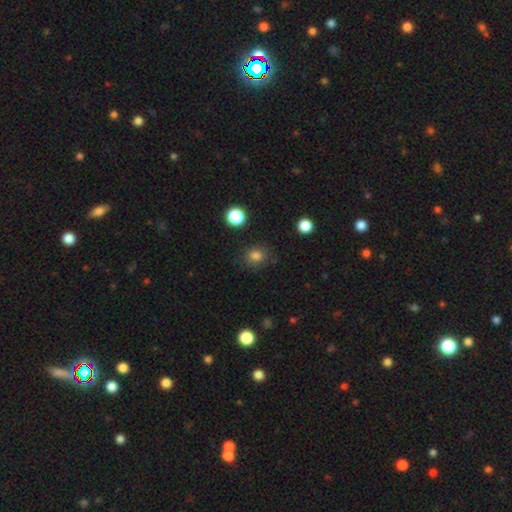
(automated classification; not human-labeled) Smooth or featured?
  - smooth: 82% *
  - star or artifact: 13%
  - featured or disk: 5%
How rounded?
  - round: 77% *
  - in between: 22%
  - cigar-shaped: 1%
Merging?
  - none: 83% *
  - minor disturbance: 11%
  - major disturbance: 4%
  - merger: 2%